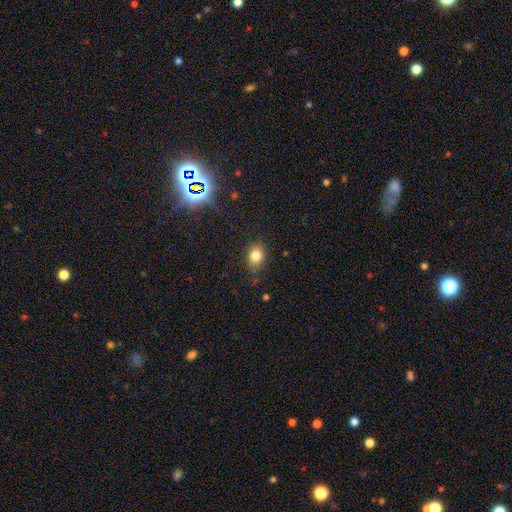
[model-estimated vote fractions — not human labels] smooth 80%, star or artifact 12%, featured or disk 7%. Down the decision tree: how rounded — in between (56%); merging — none (81%).